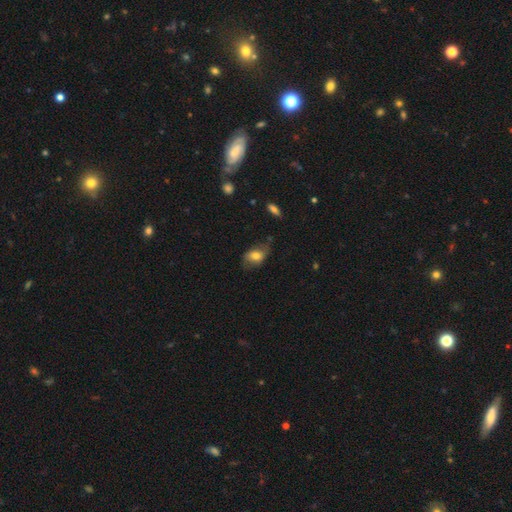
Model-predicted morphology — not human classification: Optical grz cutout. It shows a smooth galaxy with no disk features (68%) that is in between round and cigar-shaped (83%). Merging: none (60%).